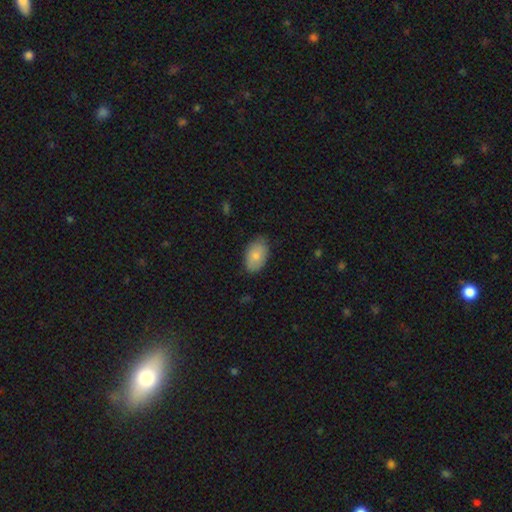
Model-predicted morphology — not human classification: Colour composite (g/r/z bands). It shows a smooth galaxy with no disk features (81%) that is in between round and cigar-shaped (92%). Merging: none (79%).